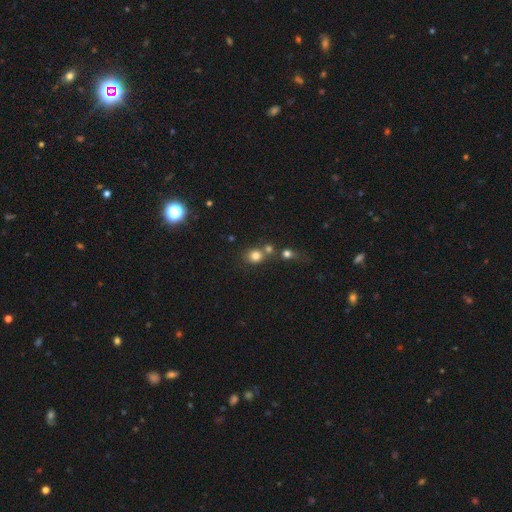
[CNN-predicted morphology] A smooth galaxy with no disk features (77%) that is round (78%). Merging: none (52%).